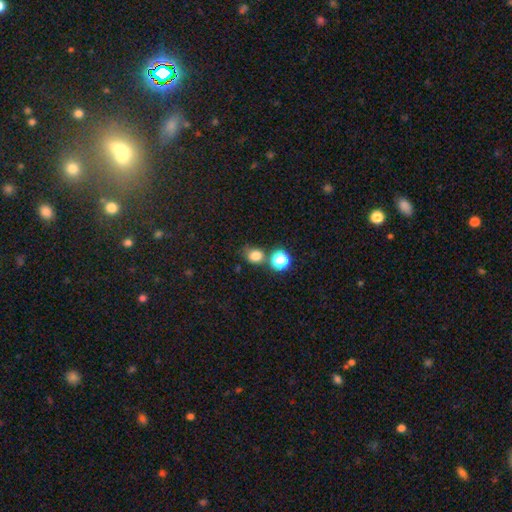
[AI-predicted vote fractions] Smooth or featured?
  - smooth: 78% *
  - star or artifact: 16%
  - featured or disk: 7%
How rounded?
  - round: 69% *
  - in between: 30%
  - cigar-shaped: 1%
Merging?
  - none: 59% *
  - merger: 21%
  - minor disturbance: 15%
  - major disturbance: 6%